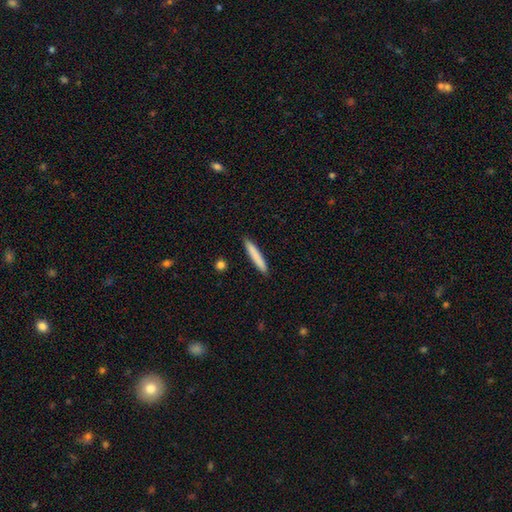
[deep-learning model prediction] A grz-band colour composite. It shows a smooth galaxy with no disk features (81%) that is cigar-shaped (94%). Merging: none (91%).